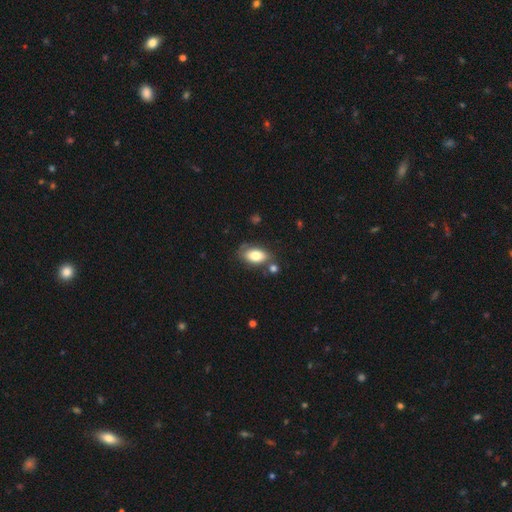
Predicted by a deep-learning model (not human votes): smooth_or_featured: smooth (p=0.78) [alt: featured or disk p=0.15]
how_rounded: in between (p=0.91) [alt: round p=0.07]
merging: none (p=0.65) [alt: minor disturbance p=0.17]